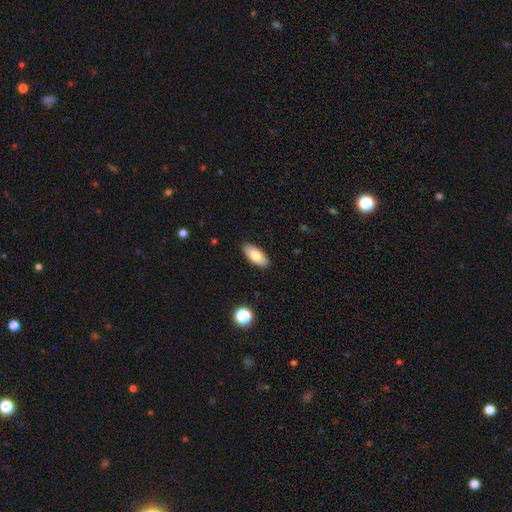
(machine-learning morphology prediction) This appears to be a smooth galaxy with no disk features (83%) that is in between round and cigar-shaped (87%). Merging: none (89%).